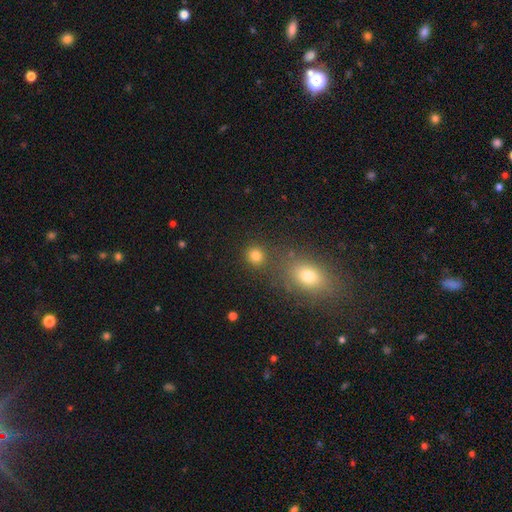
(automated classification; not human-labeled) Overall: smooth (79%). How rounded: round (87%). Merging: none (77%).